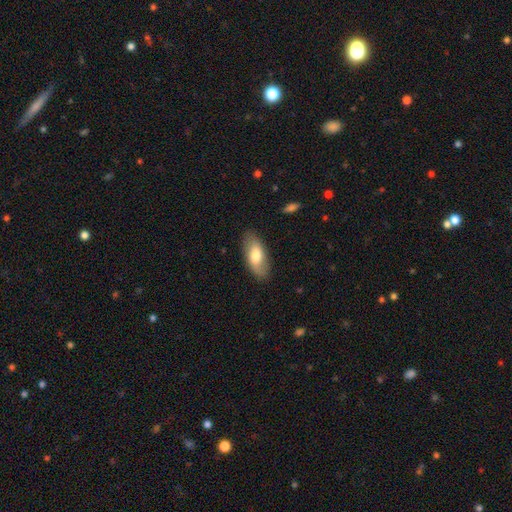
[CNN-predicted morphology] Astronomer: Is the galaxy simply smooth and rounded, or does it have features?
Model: smooth — 68%.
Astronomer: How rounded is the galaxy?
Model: in between — 88%.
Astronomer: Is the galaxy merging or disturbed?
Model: none — 83%.